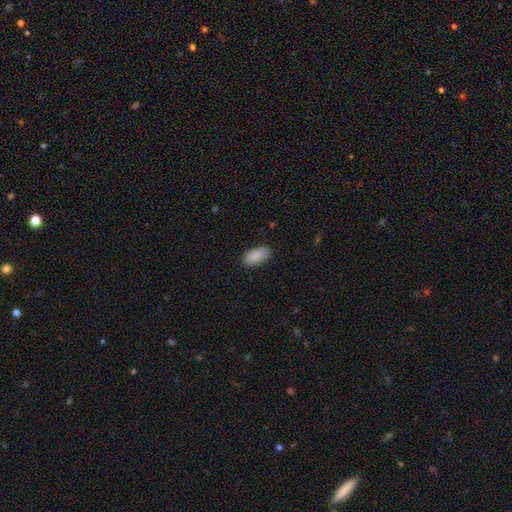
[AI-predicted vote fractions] Morphology: type=smooth (90%); roundness=in between (94%); merging=none (86%).